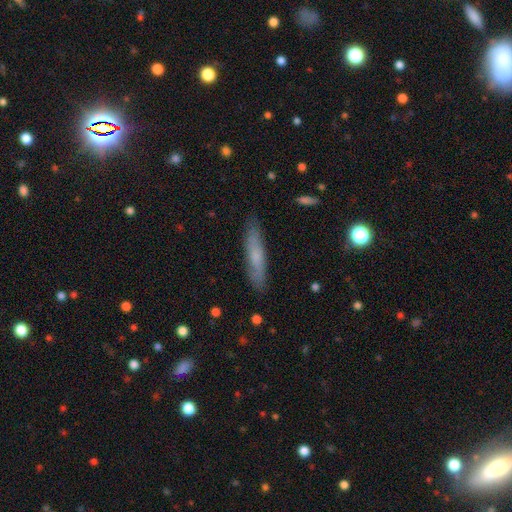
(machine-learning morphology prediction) Smooth or featured: smooth — 62% (featured or disk — 31%)
How rounded: cigar-shaped — 86% (in between — 13%)
Merging: none — 86% (minor disturbance — 11%)